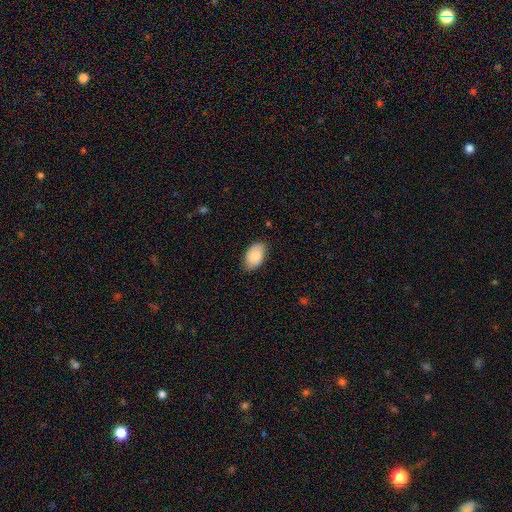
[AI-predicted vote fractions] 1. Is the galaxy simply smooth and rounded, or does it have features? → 84% smooth, 10% featured or disk, 6% star or artifact.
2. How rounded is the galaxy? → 92% in between, 7% round, 1% cigar-shaped.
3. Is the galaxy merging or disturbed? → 77% none, 19% minor disturbance, 3% major disturbance, 1% merger.